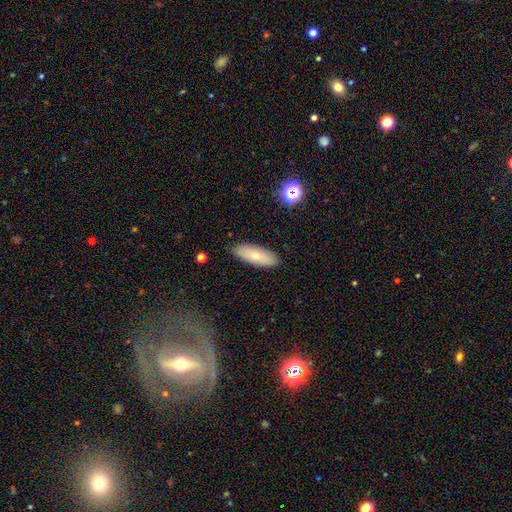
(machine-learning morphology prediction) Q: Smooth or featured?
A: smooth (69%); runner-up: featured or disk (24%)
Q: How rounded?
A: in between (70%); runner-up: cigar-shaped (27%)
Q: Merging?
A: none (88%); runner-up: minor disturbance (9%)